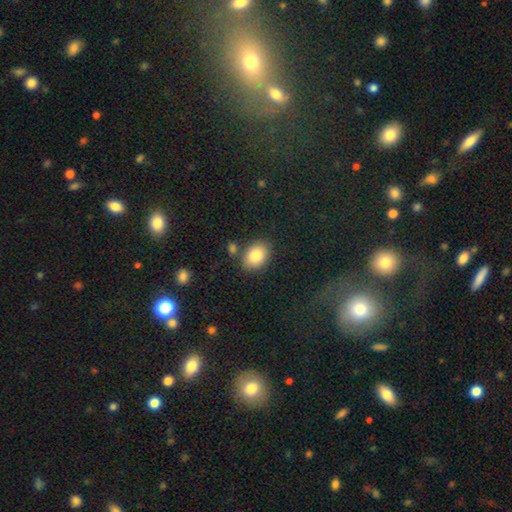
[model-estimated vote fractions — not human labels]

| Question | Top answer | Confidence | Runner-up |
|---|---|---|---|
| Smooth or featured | smooth | 83% | featured or disk (9%) |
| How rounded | in between | 72% | round (27%) |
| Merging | none | 78% | minor disturbance (12%) |